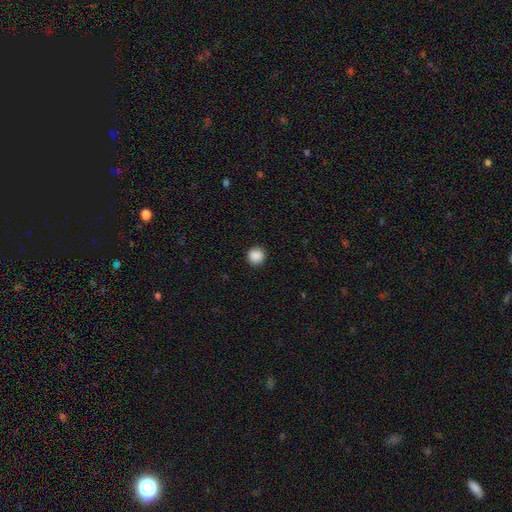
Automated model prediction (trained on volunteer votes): The model was most divided on "smooth or featured": smooth: 89%, star or artifact: 9%, featured or disk: 2%. More confident: how rounded — round (94%); merging — none (92%).